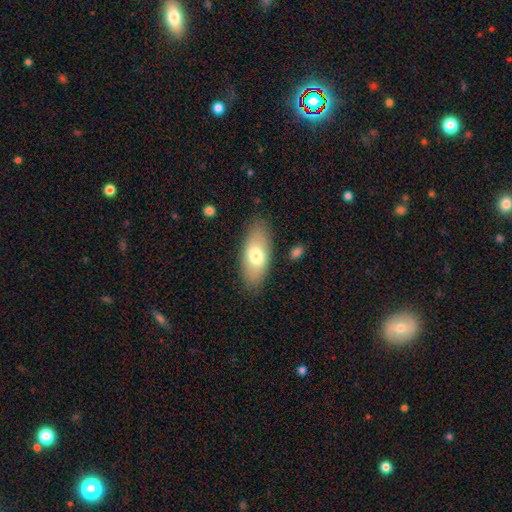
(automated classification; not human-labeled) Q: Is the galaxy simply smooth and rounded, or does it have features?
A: smooth — 71%.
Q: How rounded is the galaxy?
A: in between — 86%.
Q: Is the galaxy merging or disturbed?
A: none — 83%.